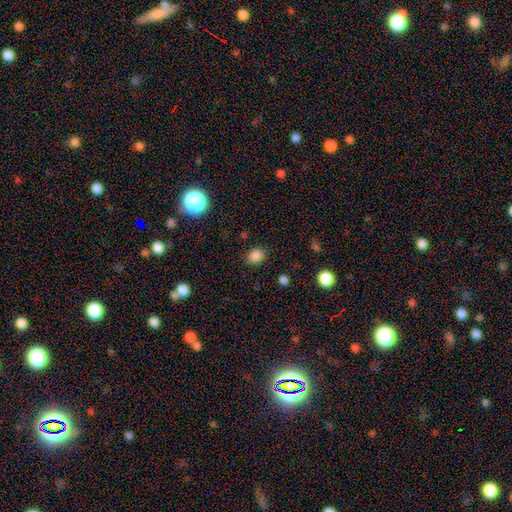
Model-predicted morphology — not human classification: A smooth galaxy with no disk features (83%) that is round (70%). Merging: none (86%).